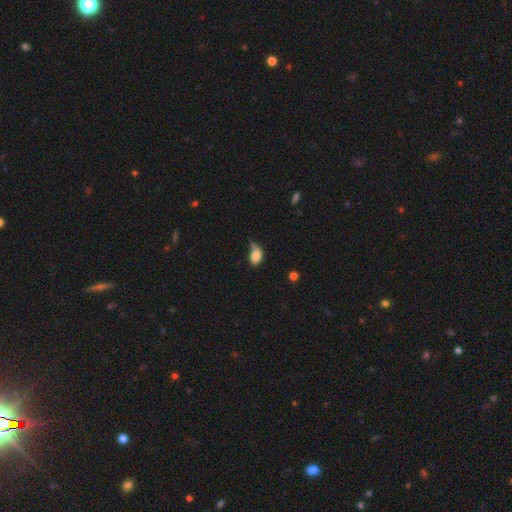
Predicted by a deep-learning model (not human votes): This appears to be a smooth galaxy with no disk features (75%) that is in between round and cigar-shaped (81%). Merging: minor disturbance (34%).